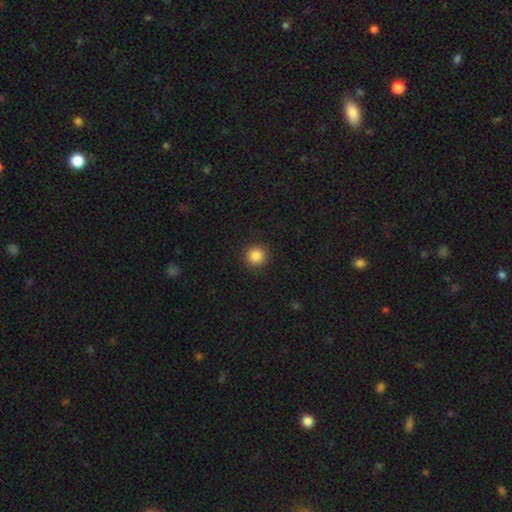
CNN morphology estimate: smooth 86%, star or artifact 10%, featured or disk 3%. Down the decision tree: how rounded — round (95%); merging — none (92%).